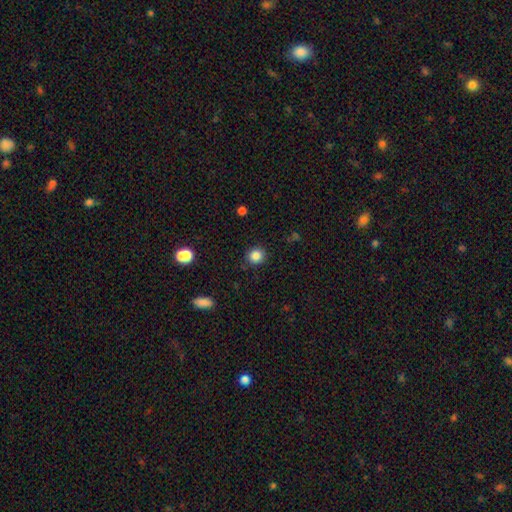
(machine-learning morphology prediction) This appears to be a smooth galaxy with no disk features (85%) that is round (85%). Merging: none (88%).